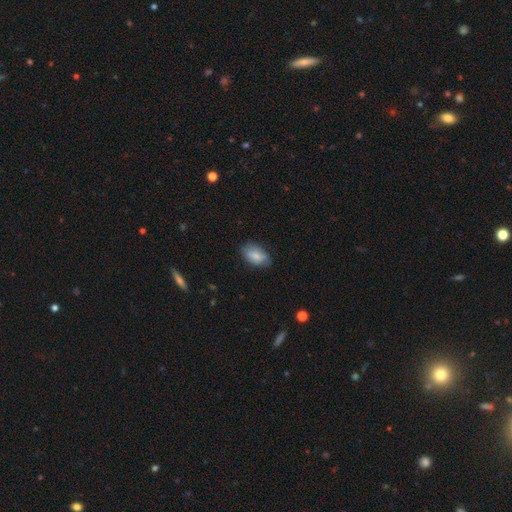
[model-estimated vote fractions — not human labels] Q: Smooth or featured?
A: smooth (78%); runner-up: featured or disk (14%)
Q: How rounded?
A: in between (91%); runner-up: round (7%)
Q: Merging?
A: none (71%); runner-up: minor disturbance (23%)